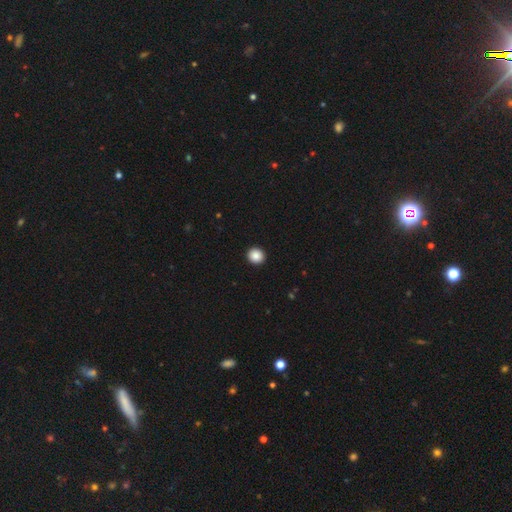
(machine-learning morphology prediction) Smooth or featured? smooth (87%)
How rounded? round (90%)
Merging? none (94%)